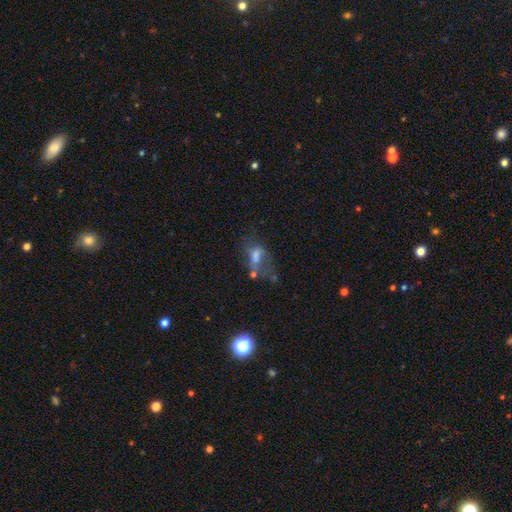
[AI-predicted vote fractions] Smooth or featured? Predicted: featured or disk (p=0.43). Merging? Predicted: none (p=0.34).